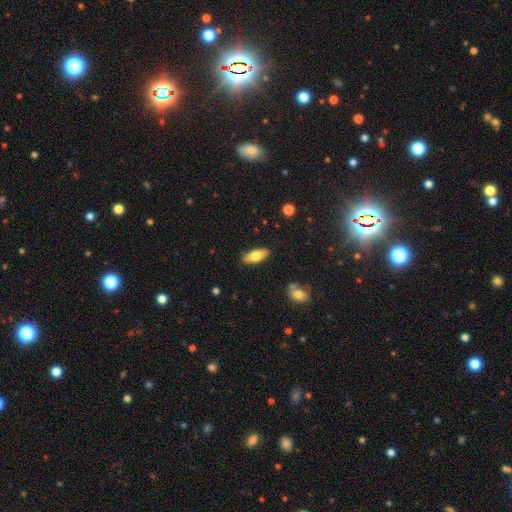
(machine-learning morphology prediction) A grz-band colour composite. It shows a smooth galaxy with no disk features (70%) that is in between round and cigar-shaped (73%). Merging: none (87%).